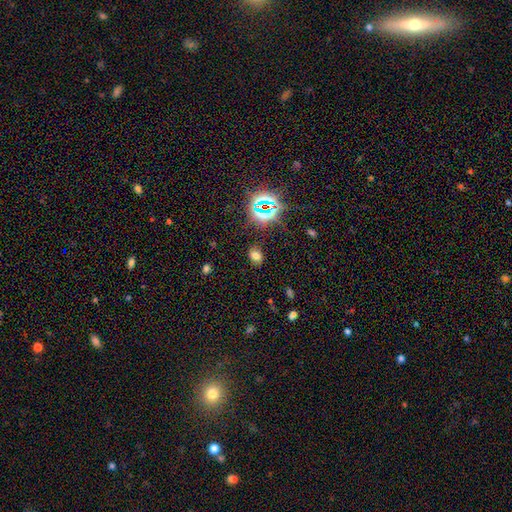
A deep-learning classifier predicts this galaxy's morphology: Q: Smooth or featured?
A: smooth (63%); runner-up: star or artifact (28%)
Q: How rounded?
A: in between (69%); runner-up: round (30%)
Q: Merging?
A: none (83%); runner-up: minor disturbance (11%)